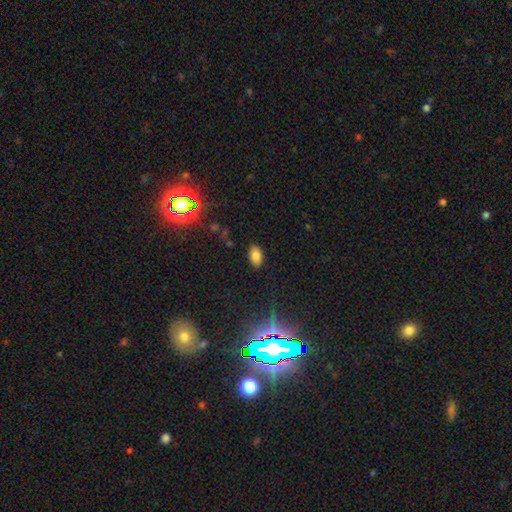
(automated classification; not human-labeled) This appears to be a smooth galaxy with no disk features (78%) that is in between round and cigar-shaped (92%). Merging: none (86%).